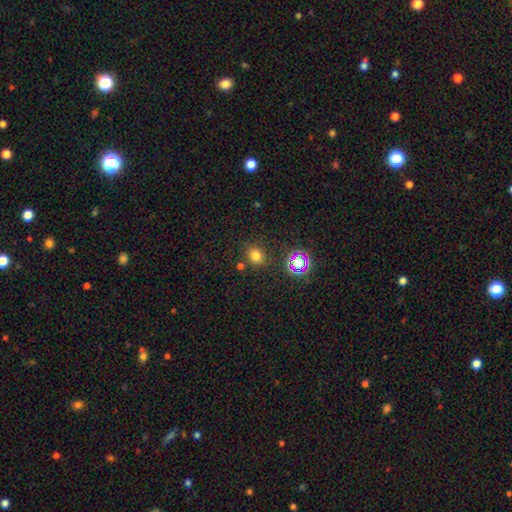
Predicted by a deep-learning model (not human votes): smooth_or_featured: smooth (p=0.70) [alt: star or artifact p=0.23]
how_rounded: round (p=0.62) [alt: in between p=0.37]
merging: none (p=0.78) [alt: minor disturbance p=0.12]